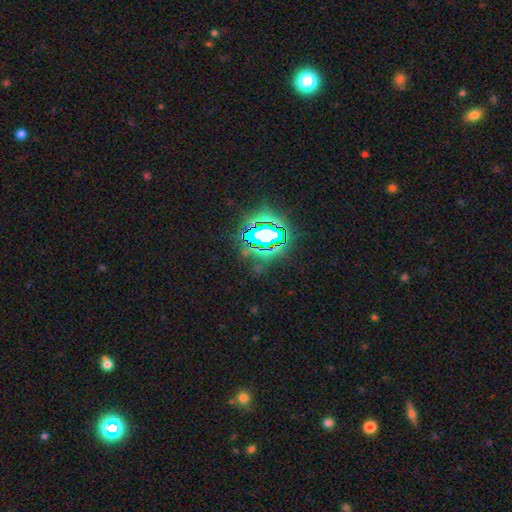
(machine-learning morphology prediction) A star or artifact, not a galaxy (82%).